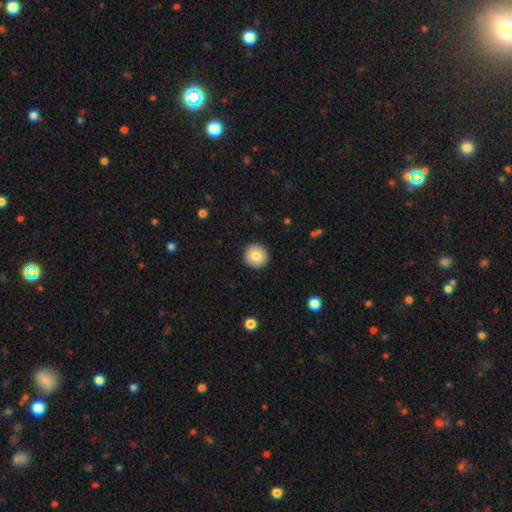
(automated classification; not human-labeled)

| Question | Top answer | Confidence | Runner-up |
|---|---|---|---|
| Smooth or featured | smooth | 85% | star or artifact (8%) |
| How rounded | round | 96% | in between (3%) |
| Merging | none | 93% | minor disturbance (5%) |